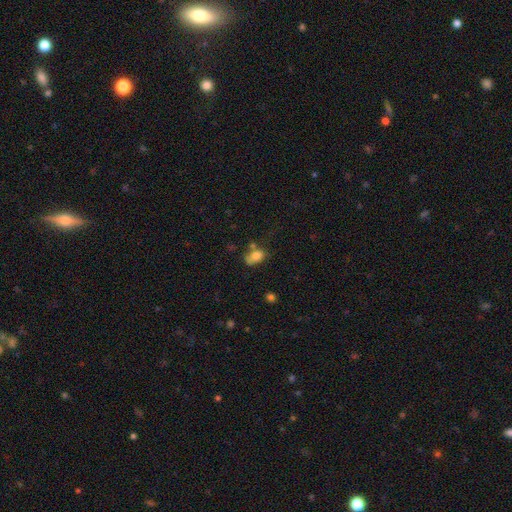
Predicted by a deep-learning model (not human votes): smooth-or-featured: smooth: 76% | featured or disk: 13% | star or artifact: 11%
  how-rounded: in between: 78% | round: 20% | cigar-shaped: 2%
  merging: none: 38% | minor disturbance: 25% | merger: 23% | major disturbance: 14%